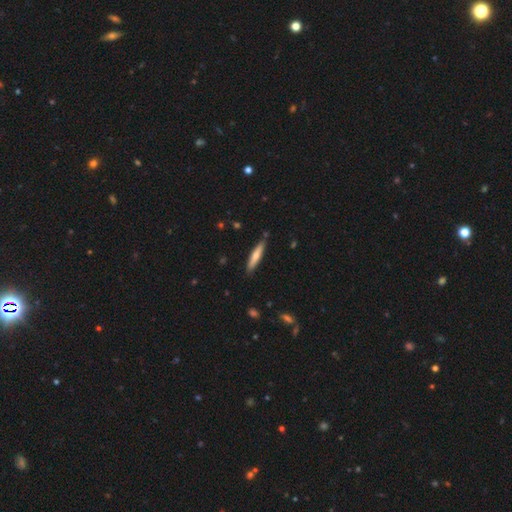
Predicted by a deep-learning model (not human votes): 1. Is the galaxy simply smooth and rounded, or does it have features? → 59% smooth, 35% featured or disk, 6% star or artifact.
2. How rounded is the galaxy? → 89% cigar-shaped, 10% in between, 1% round.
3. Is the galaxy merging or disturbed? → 86% none, 10% minor disturbance, 2% merger, 2% major disturbance.